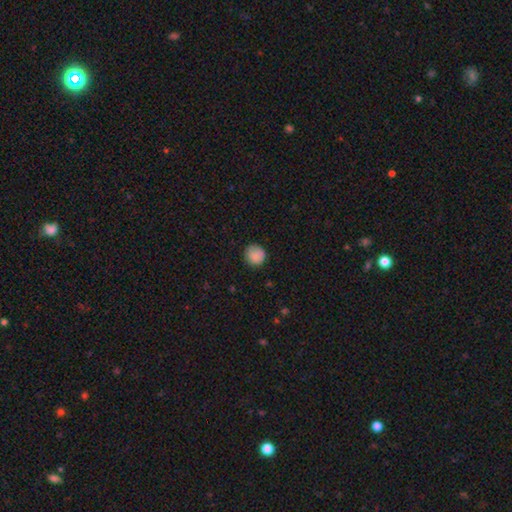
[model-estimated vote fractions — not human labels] Smooth or featured: smooth — 84% (star or artifact — 8%)
How rounded: round — 89% (in between — 10%)
Merging: none — 81% (minor disturbance — 15%)